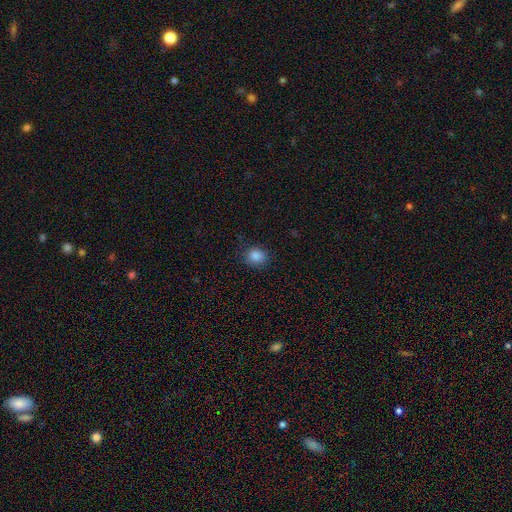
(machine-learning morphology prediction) Overall: smooth (86%). How rounded: round (73%). Merging: none (81%).